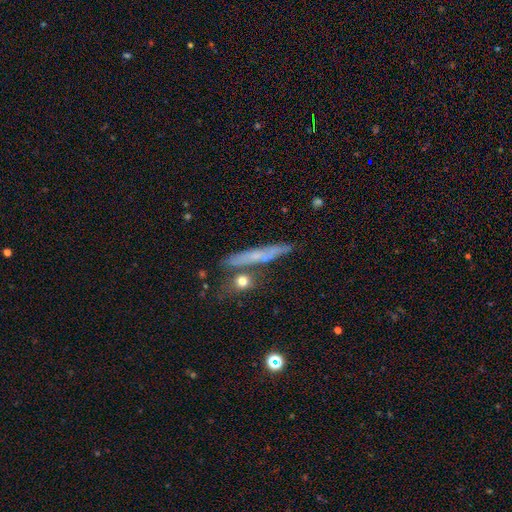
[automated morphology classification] featured or disk 46%, smooth 43%, star or artifact 10%. Down the decision tree: merging — none (72%).